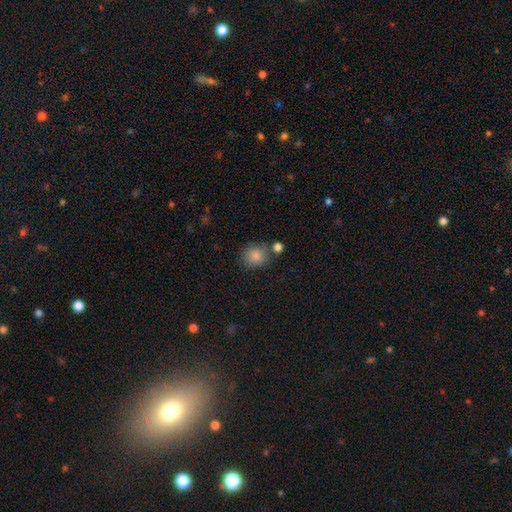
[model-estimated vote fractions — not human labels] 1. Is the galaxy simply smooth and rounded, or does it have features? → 86% smooth, 9% star or artifact, 6% featured or disk.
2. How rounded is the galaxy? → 74% round, 25% in between, 1% cigar-shaped.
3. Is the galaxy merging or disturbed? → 70% none, 14% minor disturbance, 12% merger, 4% major disturbance.